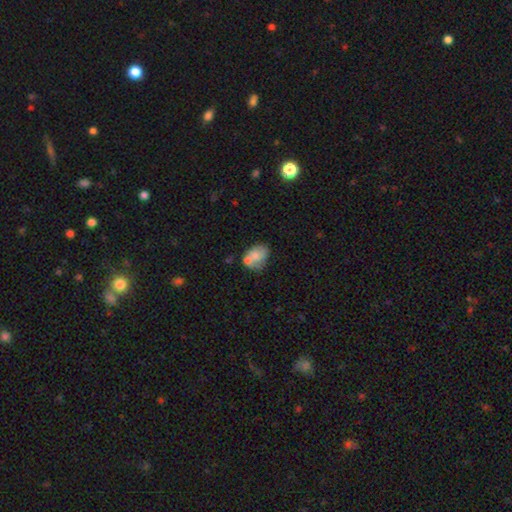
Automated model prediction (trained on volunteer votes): smooth_or_featured: smooth (p=0.63) [alt: featured or disk p=0.29]
how_rounded: in between (p=0.65) [alt: round p=0.34]
merging: merger (p=0.38) [alt: none p=0.34]